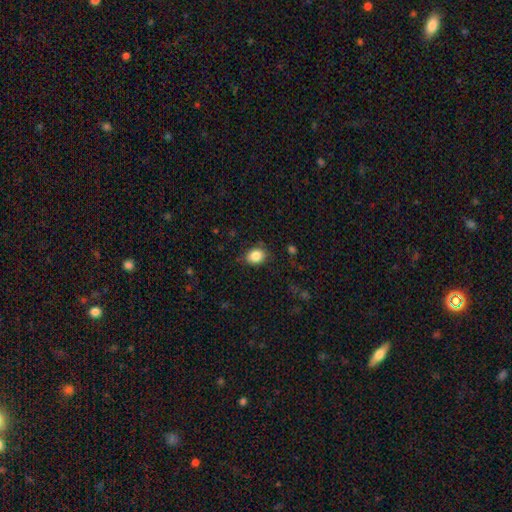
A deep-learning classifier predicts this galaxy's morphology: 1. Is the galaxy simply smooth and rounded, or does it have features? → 86% smooth, 9% star or artifact, 5% featured or disk.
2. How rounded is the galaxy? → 59% in between, 40% round, 1% cigar-shaped.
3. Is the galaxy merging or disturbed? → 82% none, 13% minor disturbance, 3% major disturbance, 1% merger.